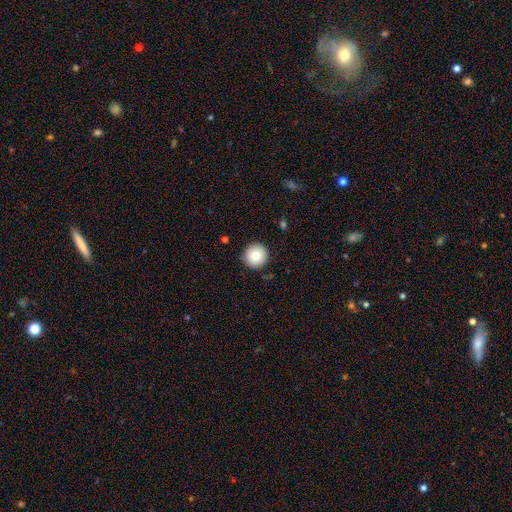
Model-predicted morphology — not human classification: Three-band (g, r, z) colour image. It shows a smooth galaxy with no disk features (78%) that is round (96%). Merging: none (91%).